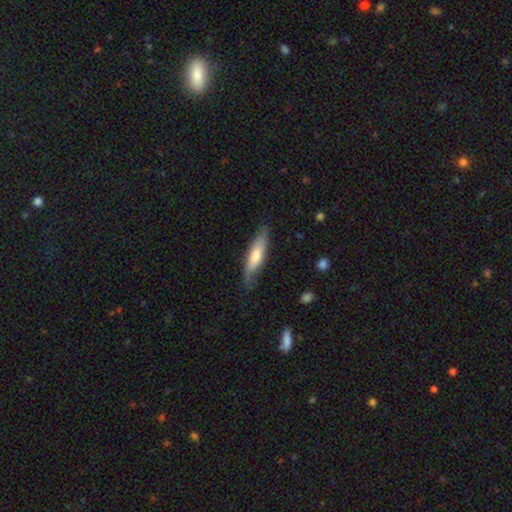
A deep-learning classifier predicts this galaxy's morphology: type=smooth (60%); roundness=cigar-shaped (72%); merging=none (74%).